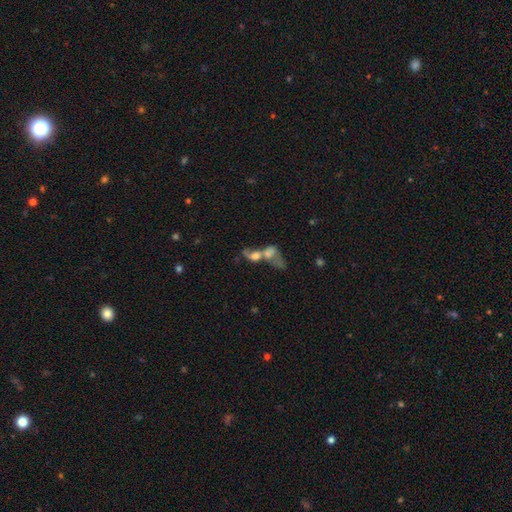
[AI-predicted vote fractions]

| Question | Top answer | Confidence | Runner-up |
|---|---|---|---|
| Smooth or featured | smooth | 45% | featured or disk (42%) |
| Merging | merger | 77% | major disturbance (11%) |